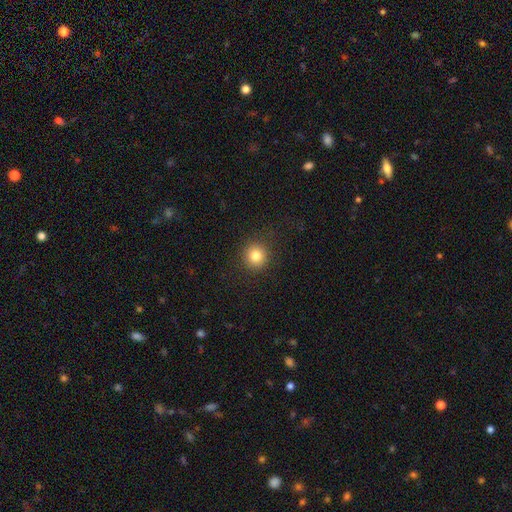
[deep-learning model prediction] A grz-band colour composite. It shows a smooth galaxy with no disk features (82%) that is round (94%). Merging: none (91%).